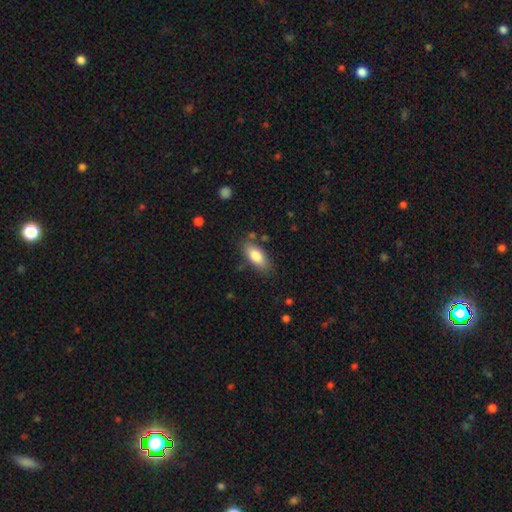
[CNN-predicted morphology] Smooth or featured? Predicted: smooth (p=0.82). How rounded? Predicted: in between (p=0.85). Merging? Predicted: none (p=0.80).